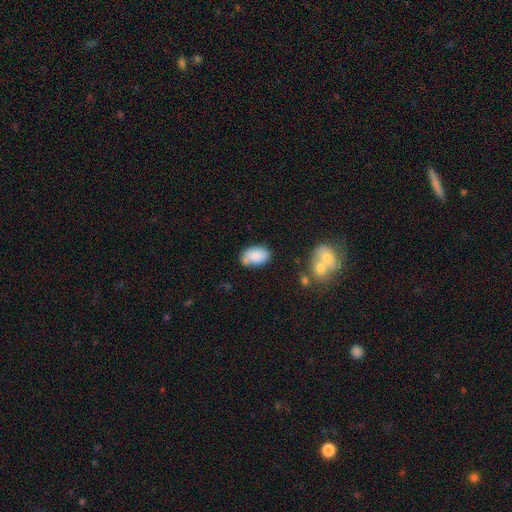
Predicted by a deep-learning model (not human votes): smooth_or_featured: smooth (p=0.84) [alt: featured or disk p=0.09]
how_rounded: in between (p=0.89) [alt: round p=0.10]
merging: none (p=0.57) [alt: minor disturbance p=0.25]